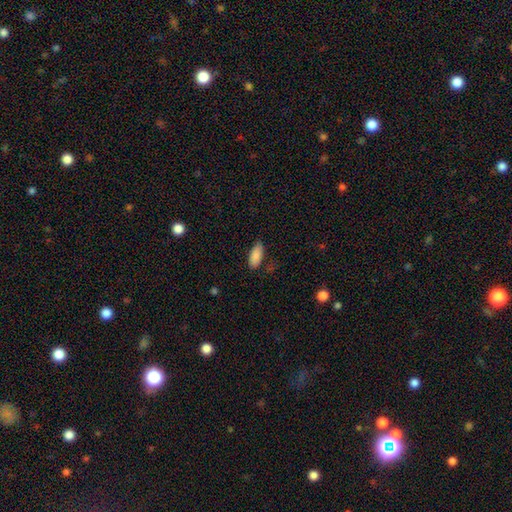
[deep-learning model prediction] smooth 88%, star or artifact 7%, featured or disk 5%. Down the decision tree: how rounded — in between (85%); merging — none (77%).